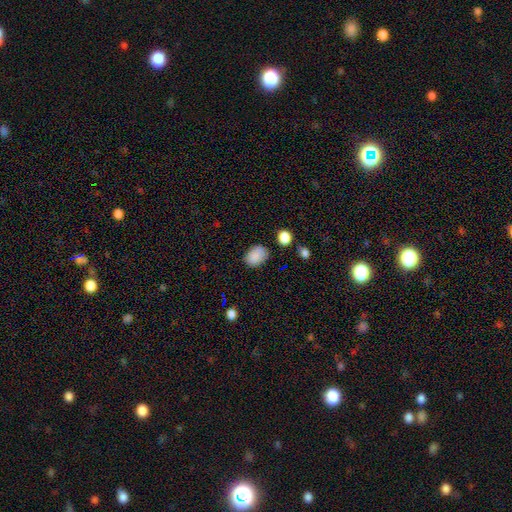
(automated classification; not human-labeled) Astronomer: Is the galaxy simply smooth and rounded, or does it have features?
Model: smooth — 87%.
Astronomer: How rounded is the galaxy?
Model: in between — 72%.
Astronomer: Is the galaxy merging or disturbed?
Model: none — 74%.